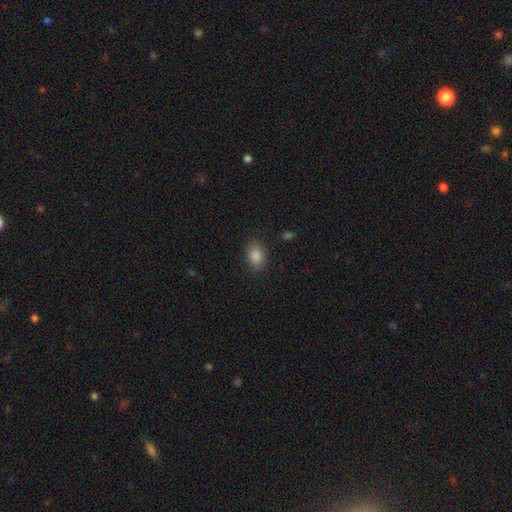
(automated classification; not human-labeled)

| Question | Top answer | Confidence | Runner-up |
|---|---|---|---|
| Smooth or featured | smooth | 85% | star or artifact (10%) |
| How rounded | in between | 79% | round (20%) |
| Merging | none | 85% | minor disturbance (11%) |